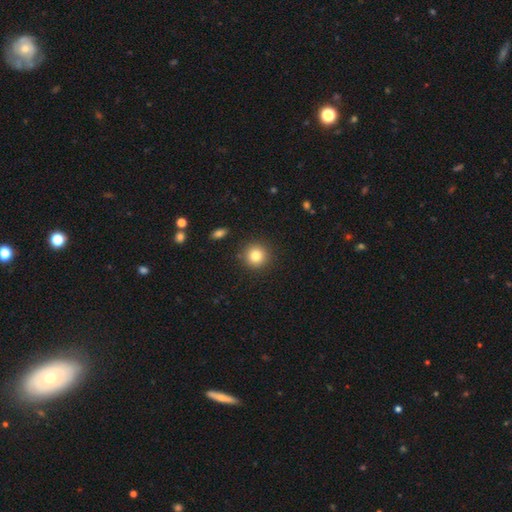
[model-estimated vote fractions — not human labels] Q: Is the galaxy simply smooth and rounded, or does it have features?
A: smooth — 82%.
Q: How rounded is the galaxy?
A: round — 93%.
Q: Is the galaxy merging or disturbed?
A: none — 90%.